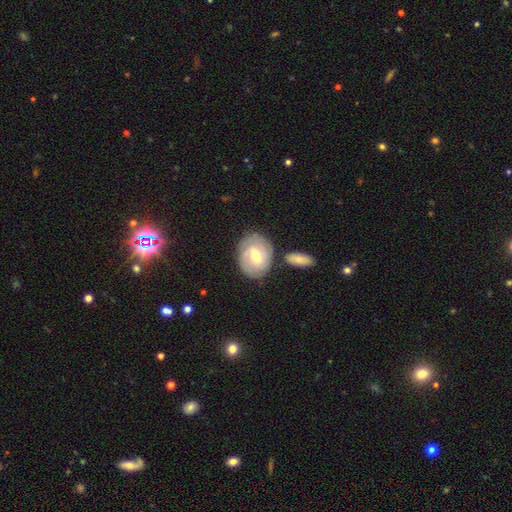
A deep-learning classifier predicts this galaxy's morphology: Smooth or featured: featured or disk — 60% (smooth — 34%)
Edge-on disk: no — 95% (yes — 5%)
Bar: weak — 59% (no — 22%)
Spiral arms: yes — 77% (no — 23%)
Bulge size: moderate — 66% (small — 28%)
Merging: none — 75% (minor disturbance — 14%)